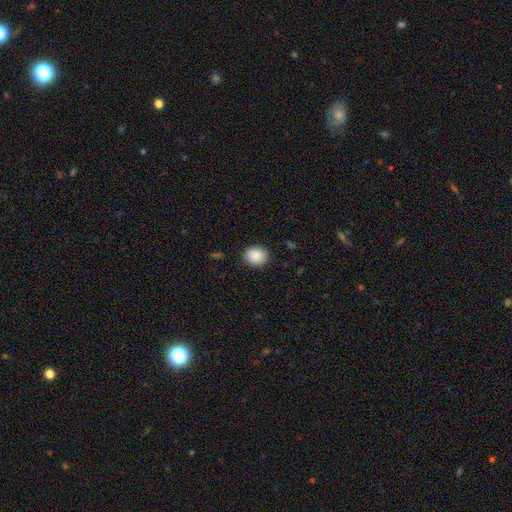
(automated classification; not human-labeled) This appears to be a smooth galaxy with no disk features (88%) that is round (61%). Merging: none (89%).